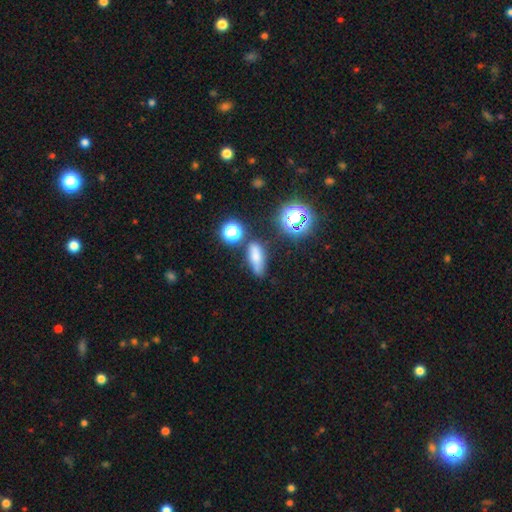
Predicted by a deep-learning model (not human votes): smooth_or_featured: smooth (p=0.66) [alt: star or artifact p=0.21]
how_rounded: in between (p=0.56) [alt: cigar-shaped p=0.31]
merging: none (p=0.63) [alt: minor disturbance p=0.21]